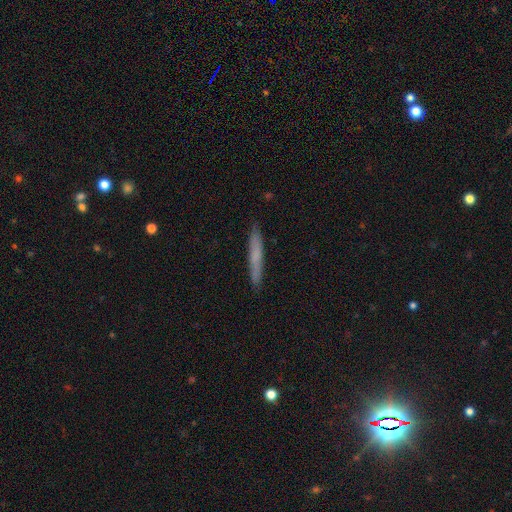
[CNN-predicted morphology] This appears to be a smooth galaxy with no disk features (65%) that is cigar-shaped (96%). Merging: none (90%).